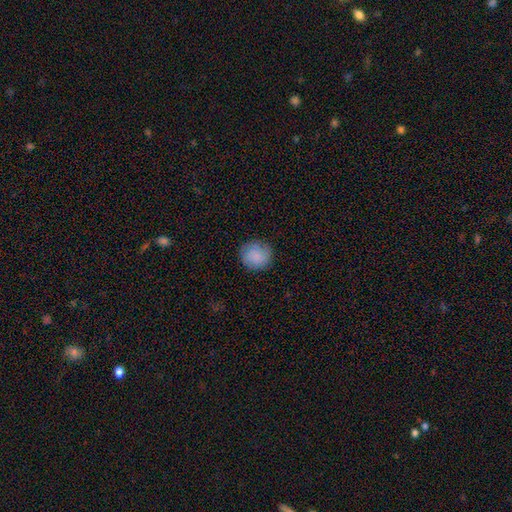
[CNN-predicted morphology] Smooth or featured? Predicted: smooth (p=0.83). How rounded? Predicted: round (p=0.91). Merging? Predicted: none (p=0.85).